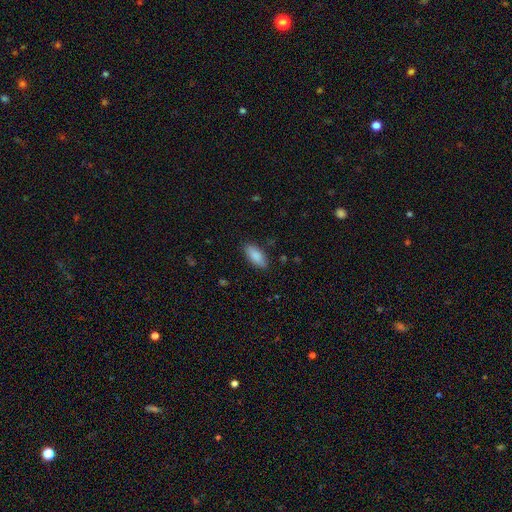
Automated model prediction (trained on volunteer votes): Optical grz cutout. It shows a smooth galaxy with no disk features (87%) that is in between round and cigar-shaped (83%). Merging: none (85%).